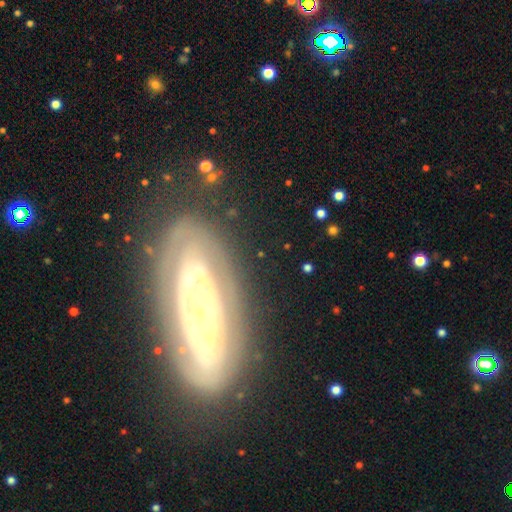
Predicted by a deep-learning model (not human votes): Smooth or featured?
  - featured or disk: 81% *
  - smooth: 13%
  - star or artifact: 6%
Edge-on disk?
  - no: 86% *
  - yes: 14%
Bar?
  - no: 62% *
  - weak: 23%
  - strong: 15%
Spiral arms?
  - yes: 78% *
  - no: 22%
Spiral winding?
  - tight: 77% *
  - medium: 18%
  - loose: 6%
Spiral arm count?
  - can't tell: 51% *
  - 2: 25%
  - 3: 9%
  - 1: 6%
  - 4: 5%
  - more than 4: 5%
Bulge size?
  - moderate: 46% *
  - small: 35%
  - large: 13%
  - dominant: 3%
  - none: 3%
Merging?
  - none: 79% *
  - minor disturbance: 14%
  - major disturbance: 6%
  - merger: 2%